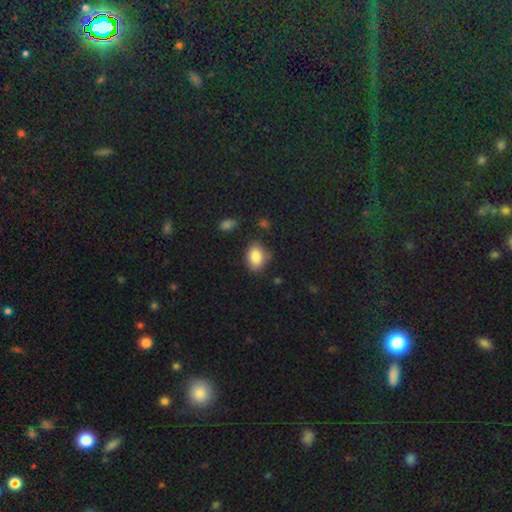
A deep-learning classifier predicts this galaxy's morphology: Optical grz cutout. It shows a smooth galaxy with no disk features (87%) that is in between round and cigar-shaped (79%). Merging: none (73%).